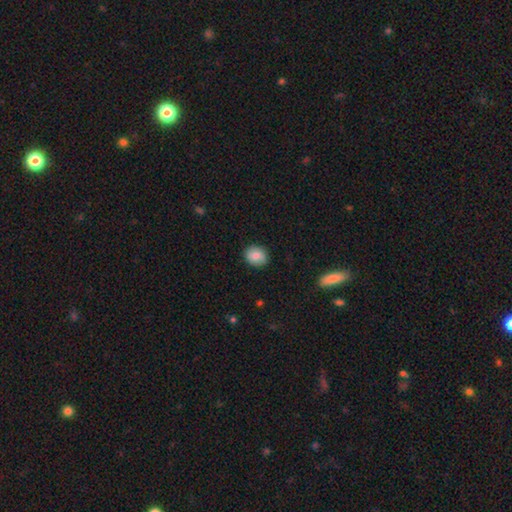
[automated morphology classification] Smooth or featured?
  - smooth: 83% *
  - featured or disk: 9%
  - star or artifact: 8%
How rounded?
  - round: 69% *
  - in between: 30%
  - cigar-shaped: 1%
Merging?
  - none: 88% *
  - minor disturbance: 9%
  - major disturbance: 2%
  - merger: 1%